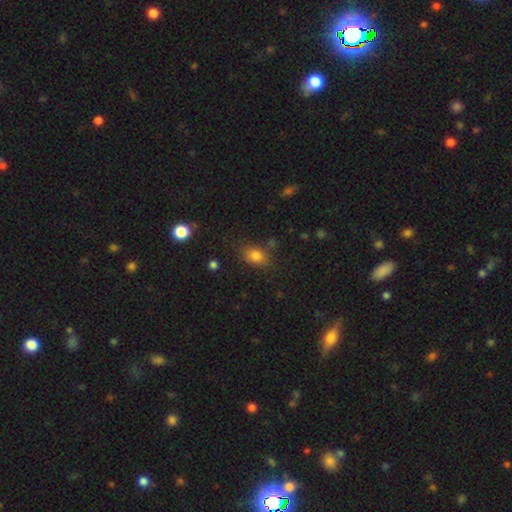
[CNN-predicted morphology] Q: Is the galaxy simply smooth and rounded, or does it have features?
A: smooth — 81%.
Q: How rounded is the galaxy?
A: in between — 76%.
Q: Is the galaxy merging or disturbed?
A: none — 74%.